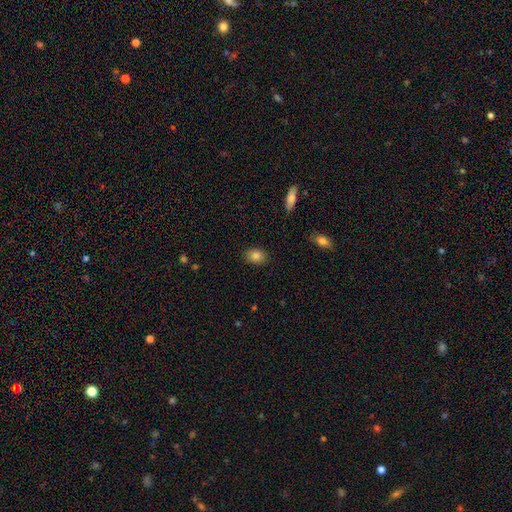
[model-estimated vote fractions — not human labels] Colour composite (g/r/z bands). It shows a smooth galaxy with no disk features (84%) that is in between round and cigar-shaped (71%). Merging: none (87%).